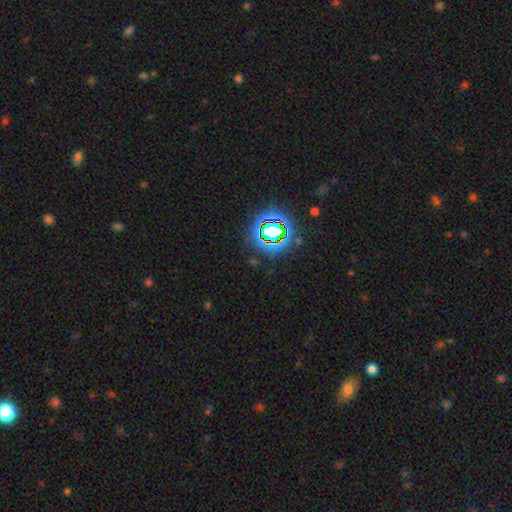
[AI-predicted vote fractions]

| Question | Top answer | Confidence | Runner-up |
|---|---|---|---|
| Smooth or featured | star or artifact | 76% | smooth (14%) |